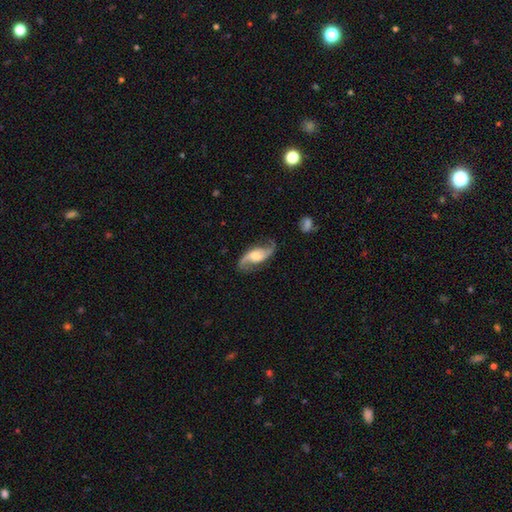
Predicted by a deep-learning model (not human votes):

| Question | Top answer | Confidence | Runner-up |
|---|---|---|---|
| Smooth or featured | featured or disk | 85% | smooth (10%) |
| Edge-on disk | no | 95% | yes (5%) |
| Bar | no | 48% | weak (39%) |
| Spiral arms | yes | 96% | no (4%) |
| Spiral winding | loose | 67% | medium (27%) |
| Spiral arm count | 2 | 93% | can't tell (2%) |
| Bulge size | moderate | 51% | small (20%) |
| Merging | none | 76% | minor disturbance (15%) |